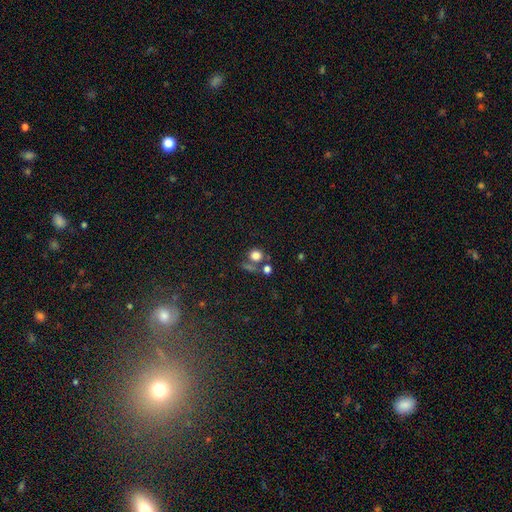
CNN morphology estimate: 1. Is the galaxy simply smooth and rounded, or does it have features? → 76% smooth, 15% star or artifact, 9% featured or disk.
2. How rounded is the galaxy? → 83% round, 16% in between, 1% cigar-shaped.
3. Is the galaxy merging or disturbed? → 57% none, 24% merger, 11% minor disturbance, 7% major disturbance.